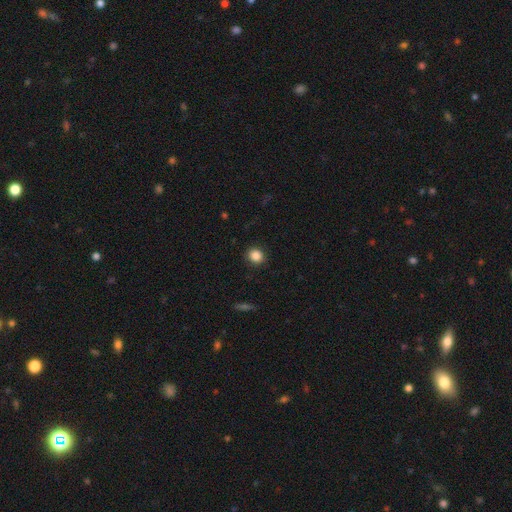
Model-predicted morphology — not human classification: Q: Smooth or featured?
A: smooth (87%); runner-up: star or artifact (10%)
Q: How rounded?
A: round (79%); runner-up: in between (20%)
Q: Merging?
A: none (90%); runner-up: minor disturbance (7%)